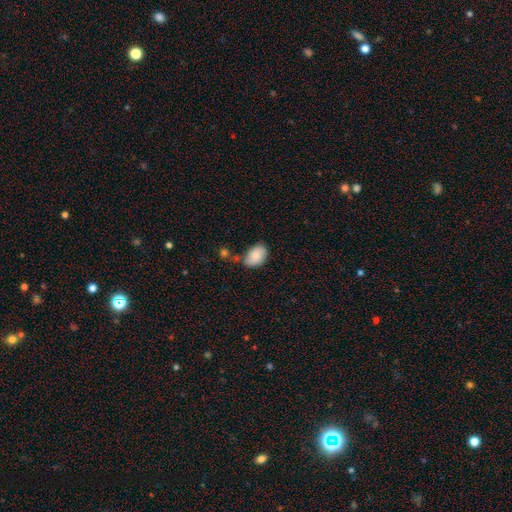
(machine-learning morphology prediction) Smooth or featured: smooth — 84% (featured or disk — 9%)
How rounded: in between — 86% (round — 13%)
Merging: none — 54% (minor disturbance — 28%)